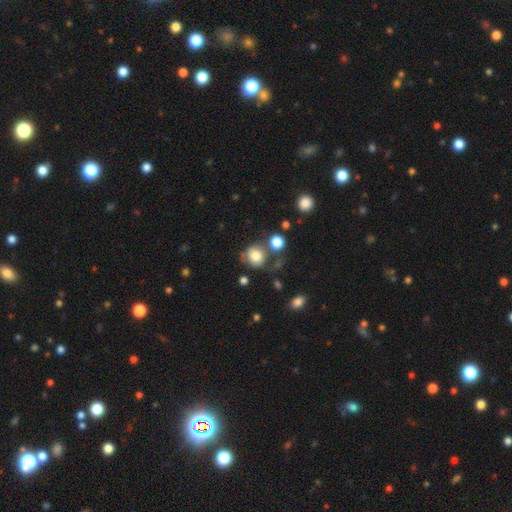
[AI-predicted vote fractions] smooth 76%, featured or disk 13%, star or artifact 10%. Down the decision tree: how rounded — round (79%); merging — none (56%).